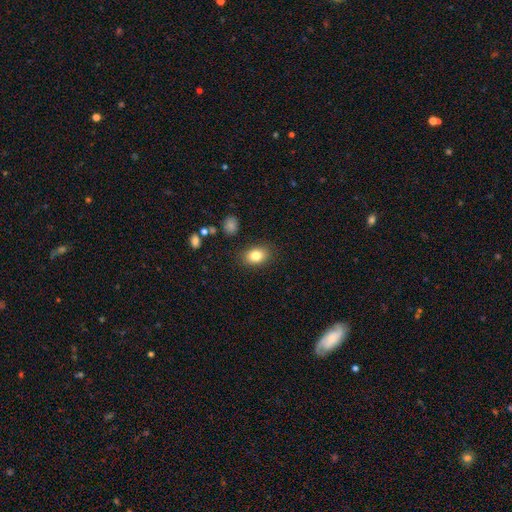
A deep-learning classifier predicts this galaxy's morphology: smooth_or_featured: smooth (p=0.82) [alt: star or artifact p=0.10]
how_rounded: in between (p=0.73) [alt: round p=0.26]
merging: none (p=0.86) [alt: minor disturbance p=0.10]